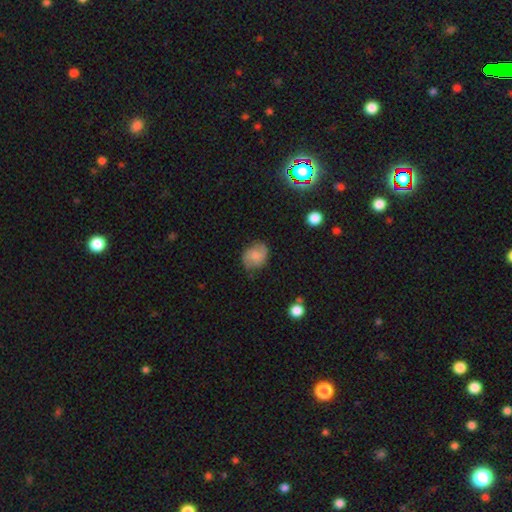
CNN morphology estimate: smooth 53%, featured or disk 39%, star or artifact 8%. Down the decision tree: how rounded — in between (51%); merging — none (73%).